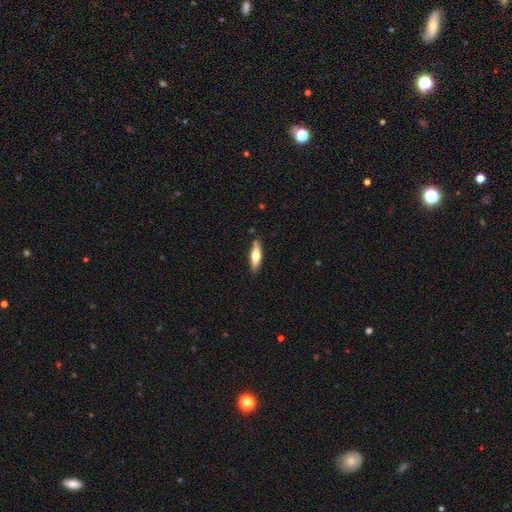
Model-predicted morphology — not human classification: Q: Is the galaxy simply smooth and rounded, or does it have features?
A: smooth — 56%.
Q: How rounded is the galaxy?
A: cigar-shaped — 63%.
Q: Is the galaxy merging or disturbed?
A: none — 87%.